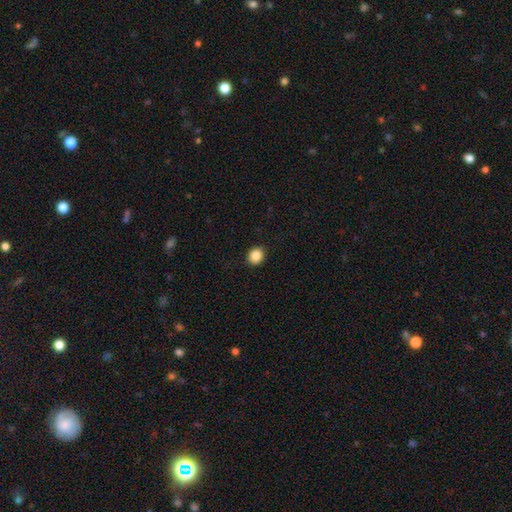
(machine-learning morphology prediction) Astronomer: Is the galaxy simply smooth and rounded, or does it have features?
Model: smooth — 86%.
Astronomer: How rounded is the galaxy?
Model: round — 74%.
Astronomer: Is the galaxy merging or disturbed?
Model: none — 91%.